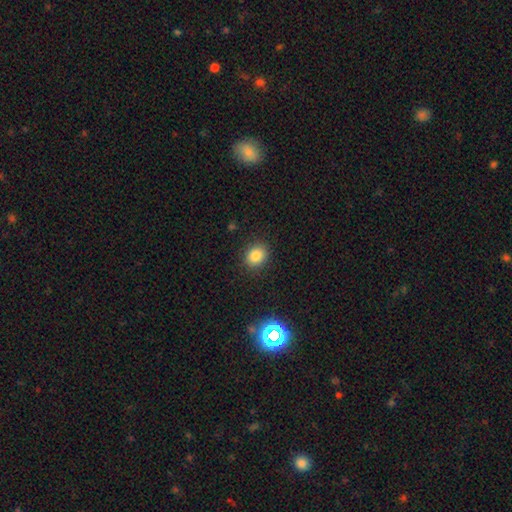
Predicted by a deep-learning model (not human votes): Q: Smooth or featured?
A: smooth (82%); runner-up: star or artifact (12%)
Q: How rounded?
A: round (64%); runner-up: in between (35%)
Q: Merging?
A: none (88%); runner-up: minor disturbance (8%)